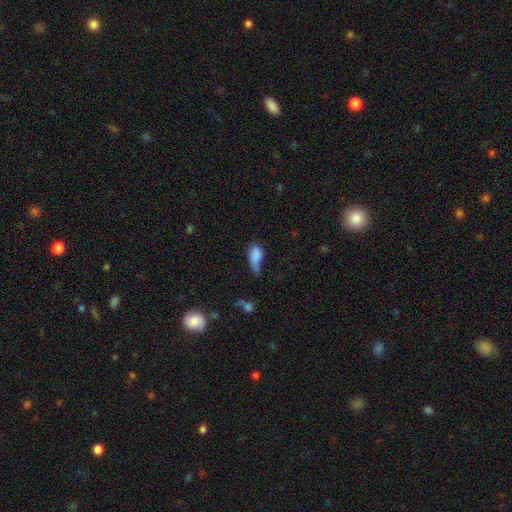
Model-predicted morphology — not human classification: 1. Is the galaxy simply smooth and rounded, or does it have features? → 79% smooth, 12% featured or disk, 9% star or artifact.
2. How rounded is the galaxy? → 86% in between, 7% cigar-shaped, 7% round.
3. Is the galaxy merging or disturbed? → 38% minor disturbance, 34% major disturbance, 22% none, 7% merger.